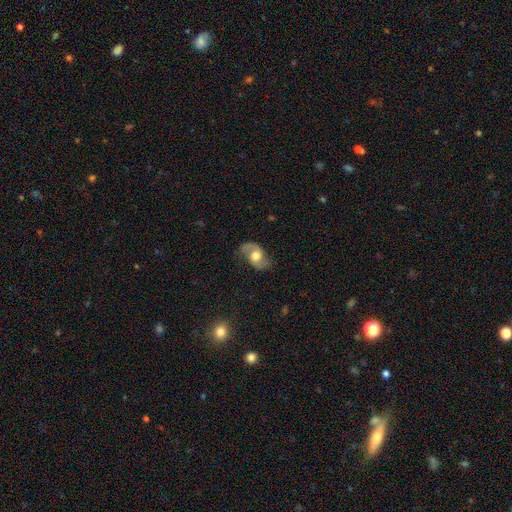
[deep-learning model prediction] This appears to be a featured or disk galaxy (74%) with no bar (61%), 2 (88%) loose (51%) spiral arms (91%) and a moderate central bulge (64%). Merging: none (71%).